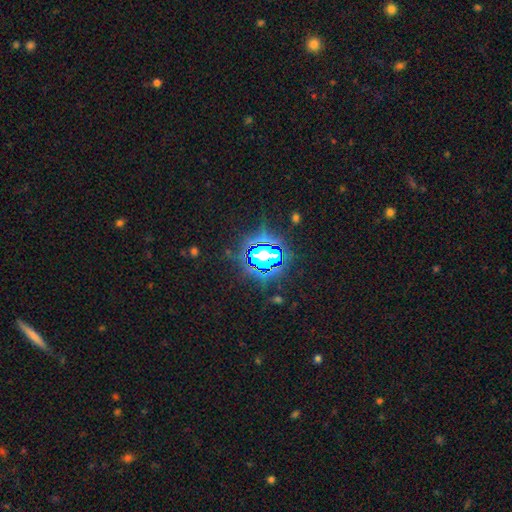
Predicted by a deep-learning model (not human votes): smooth-or-featured: star or artifact: 80% | smooth: 13% | featured or disk: 8%